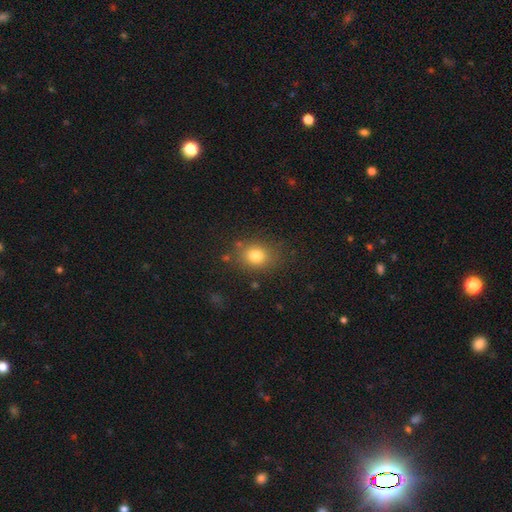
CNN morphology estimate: This is likely a smooth galaxy (80%). How rounded: possibly round (52%). Merging: likely none (79%).